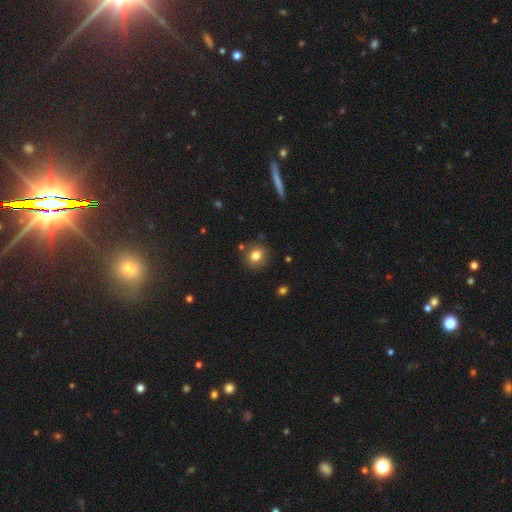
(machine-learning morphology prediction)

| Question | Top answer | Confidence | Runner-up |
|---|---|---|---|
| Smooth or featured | smooth | 80% | star or artifact (11%) |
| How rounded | round | 80% | in between (19%) |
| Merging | none | 85% | minor disturbance (9%) |